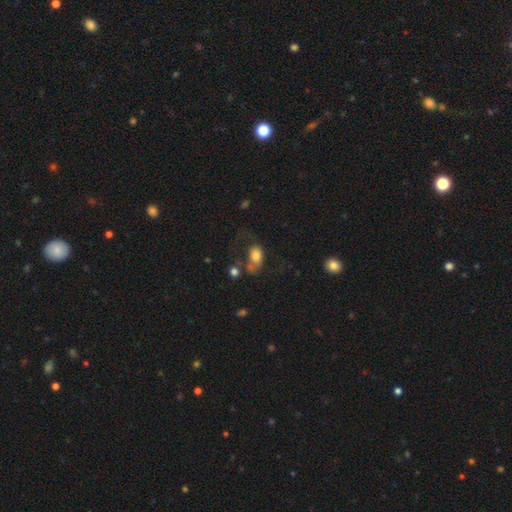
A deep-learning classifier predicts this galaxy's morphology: This is likely a smooth galaxy (74%). How rounded: clearly in between (84%). Merging: marginally major disturbance (31%).